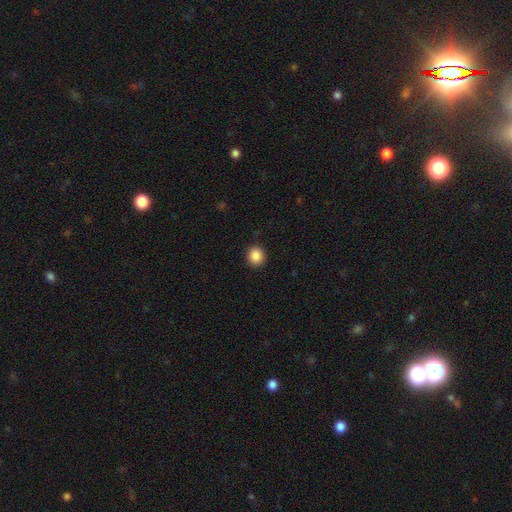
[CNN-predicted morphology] Smooth or featured? smooth (88%)
How rounded? round (88%)
Merging? none (91%)